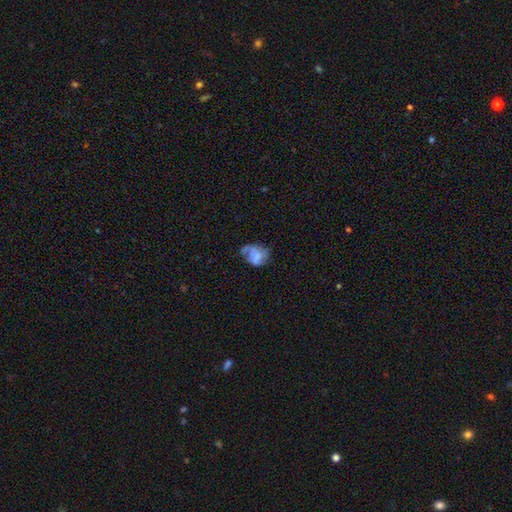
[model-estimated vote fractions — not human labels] smooth 50%, featured or disk 38%, star or artifact 12%. Down the decision tree: merging — none (34%).